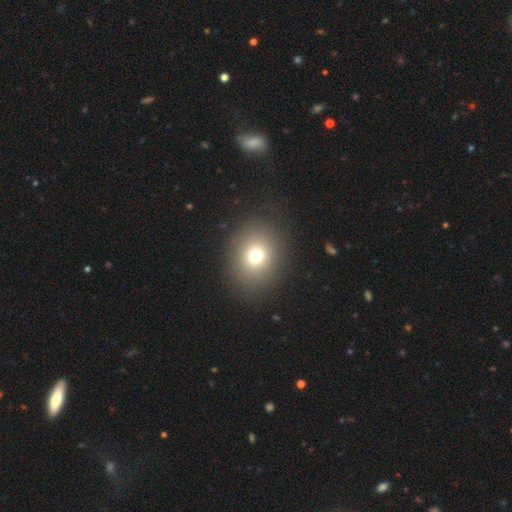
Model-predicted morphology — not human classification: This is likely a smooth galaxy (73%). How rounded: likely round (61%). Merging: clearly none (87%).